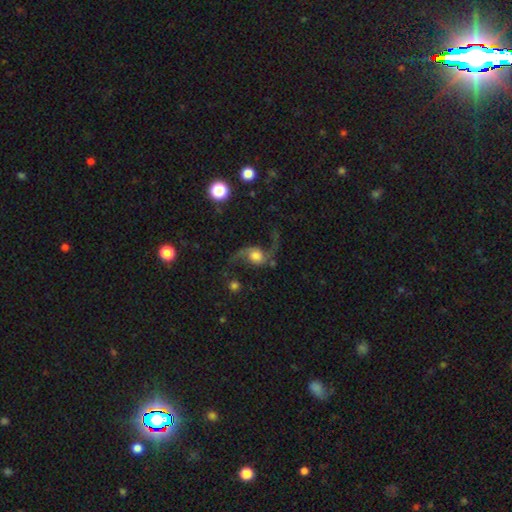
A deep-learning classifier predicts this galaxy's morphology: Smooth or featured? featured or disk (82%)
Edge-on disk? no (96%)
Bar? no (67%)
Spiral arms? yes (96%)
Spiral winding? loose (88%)
Spiral arm count? 2 (93%)
Bulge size? moderate (37%)
Merging? none (64%)